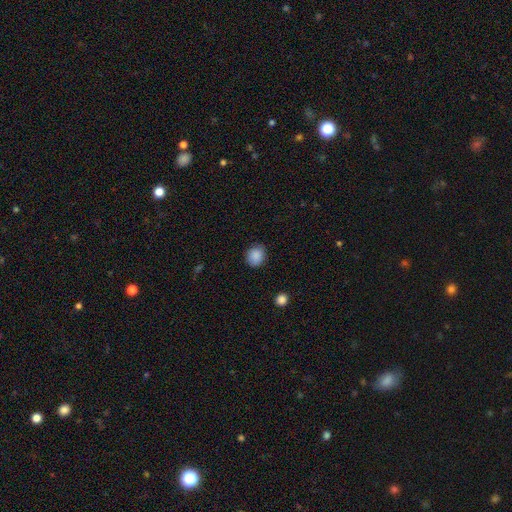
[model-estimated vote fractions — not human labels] This is clearly a smooth galaxy (88%). How rounded: likely round (74%). Merging: clearly none (83%).